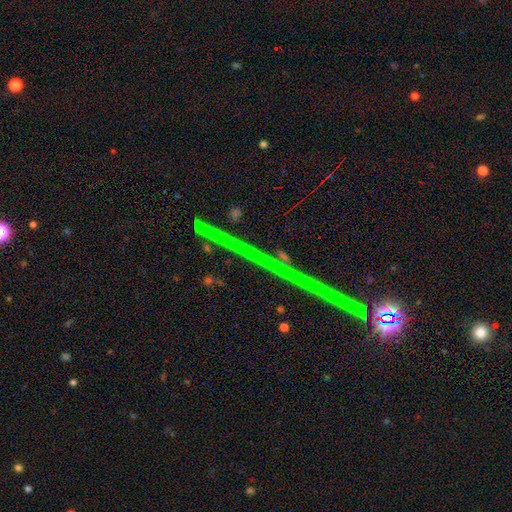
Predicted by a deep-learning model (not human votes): Morphology: type=star or artifact (76%).